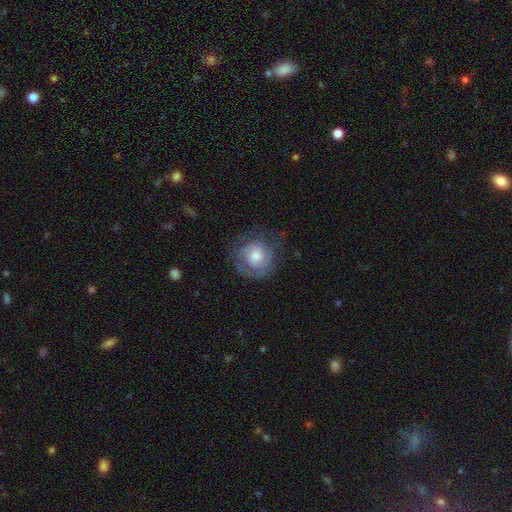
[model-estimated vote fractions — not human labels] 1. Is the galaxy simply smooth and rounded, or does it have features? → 54% featured or disk, 38% smooth, 8% star or artifact.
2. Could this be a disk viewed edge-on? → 97% no, 3% yes.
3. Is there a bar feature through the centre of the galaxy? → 76% no, 21% weak, 3% strong.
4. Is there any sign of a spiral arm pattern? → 76% yes, 24% no.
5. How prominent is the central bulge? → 61% moderate, 23% small, 12% large, 2% none, 1% dominant.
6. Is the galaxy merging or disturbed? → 66% none, 20% minor disturbance, 12% major disturbance, 1% merger.